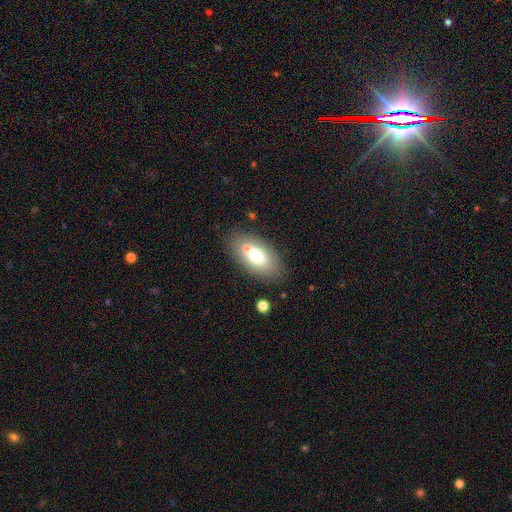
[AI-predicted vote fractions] Morphology: type=smooth (71%); roundness=in between (92%); merging=none (71%).